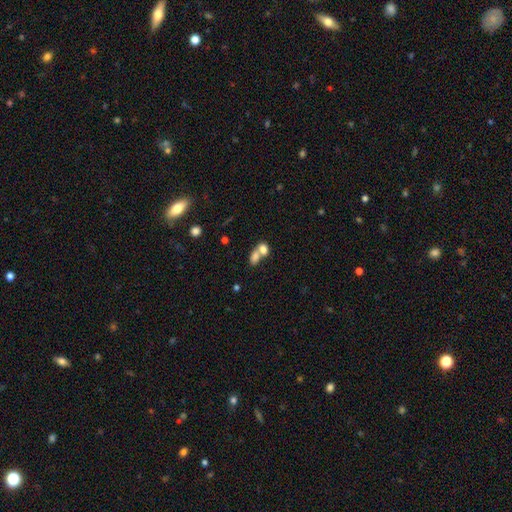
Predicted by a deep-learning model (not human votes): Smooth or featured: smooth — 77% (featured or disk — 13%)
How rounded: in between — 73% (round — 24%)
Merging: merger — 67% (none — 23%)